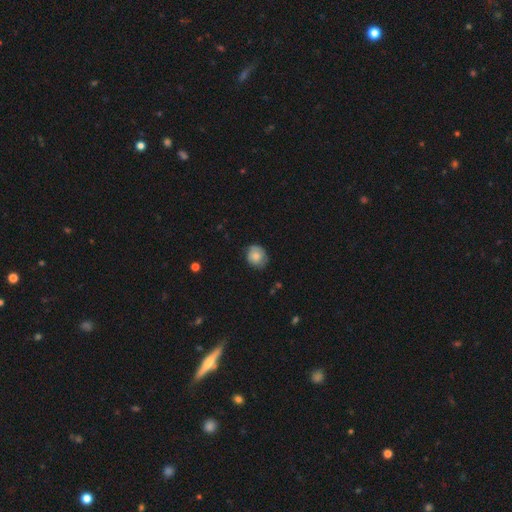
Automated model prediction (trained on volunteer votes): Overall: smooth (75%). How rounded: round (71%). Merging: none (69%).